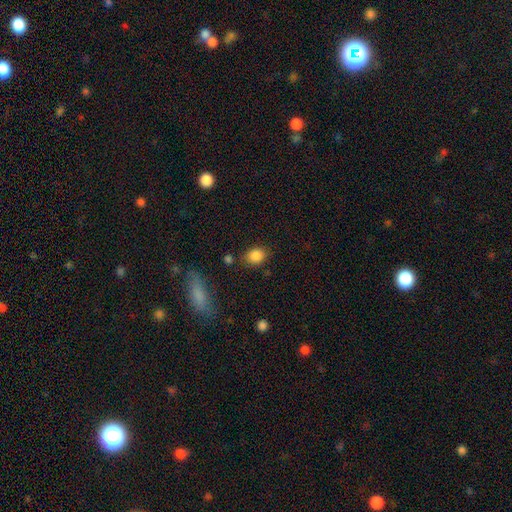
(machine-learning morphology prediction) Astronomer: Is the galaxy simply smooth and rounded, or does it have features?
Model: smooth — 86%.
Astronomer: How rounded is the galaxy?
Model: in between — 54% (runner-up: round, 45%).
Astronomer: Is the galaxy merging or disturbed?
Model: none — 78%.